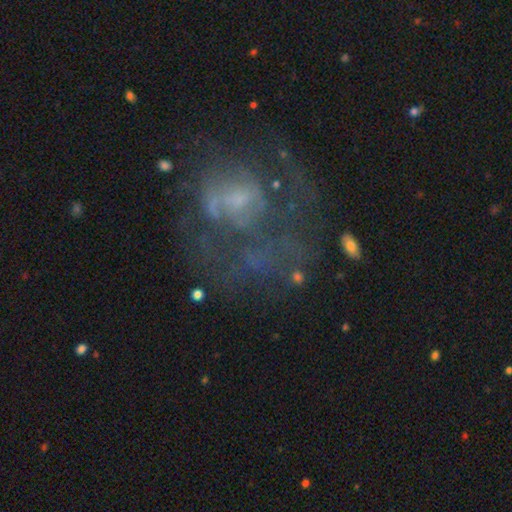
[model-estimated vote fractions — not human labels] The model was most divided on "merging": major disturbance: 40%, none: 38%, minor disturbance: 15%, merger: 7%. Remaining: edge-on disk — no (97%); bar — no (76%); smooth or featured — featured or disk (62%); spiral arms — no (59%); bulge size — small (45%).